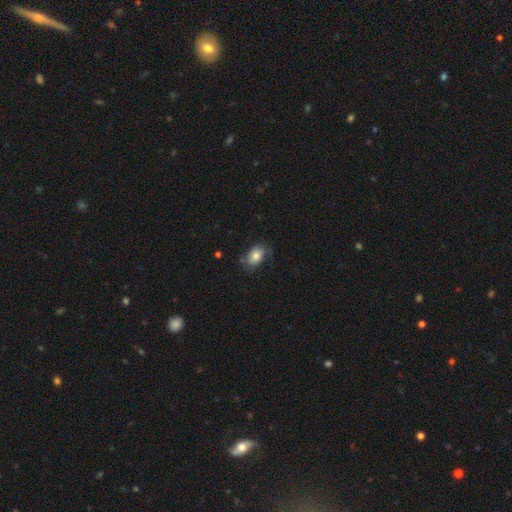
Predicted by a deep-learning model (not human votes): Smooth or featured?
  - smooth: 77% *
  - featured or disk: 15%
  - star or artifact: 8%
How rounded?
  - in between: 83% *
  - round: 16%
  - cigar-shaped: 1%
Merging?
  - none: 64% *
  - minor disturbance: 25%
  - major disturbance: 9%
  - merger: 3%